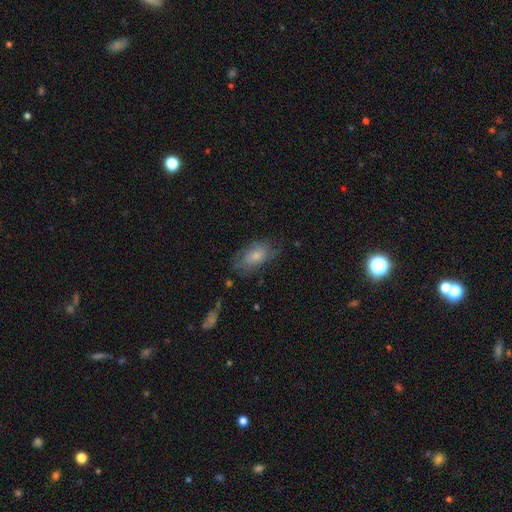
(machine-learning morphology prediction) smooth_or_featured: smooth (p=0.65) [alt: featured or disk p=0.28]
how_rounded: in between (p=0.89) [alt: round p=0.07]
merging: none (p=0.56) [alt: minor disturbance p=0.27]